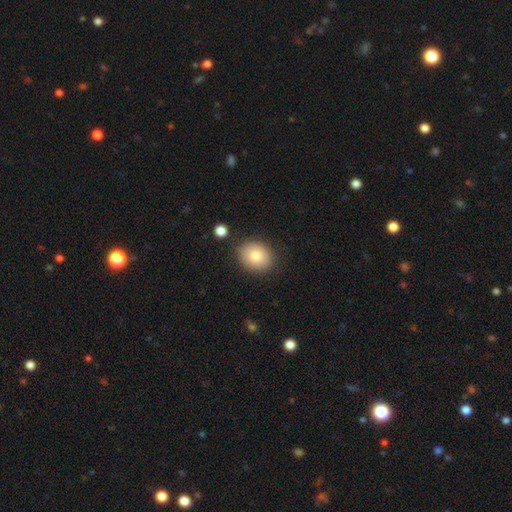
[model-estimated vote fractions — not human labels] The model was most divided on "how rounded": round: 60%, in between: 39%, cigar-shaped: 1%. More confident: merging — none (84%); smooth or featured — smooth (80%).